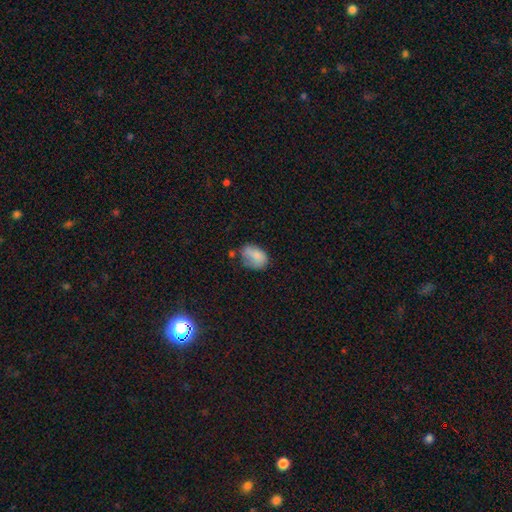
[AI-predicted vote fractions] Overall: smooth (76%). How rounded: in between (79%). Merging: none (42%; minor disturbance 36%).